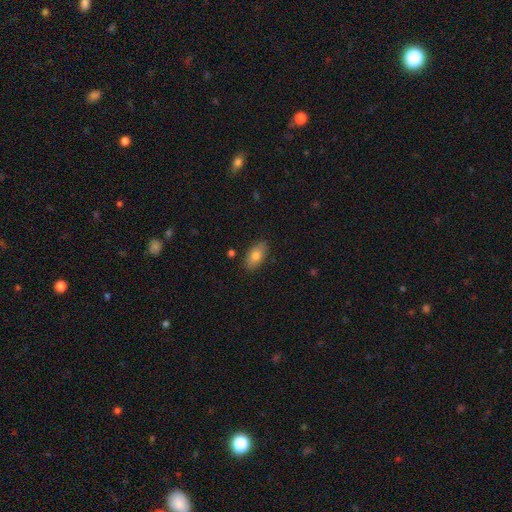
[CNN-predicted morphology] smooth-or-featured: smooth: 77% | featured or disk: 15% | star or artifact: 7%
  how-rounded: in between: 91% | round: 5% | cigar-shaped: 5%
  merging: none: 86% | minor disturbance: 10% | major disturbance: 2% | merger: 2%